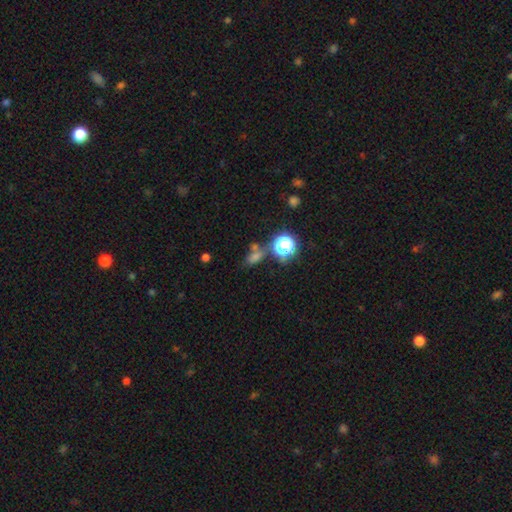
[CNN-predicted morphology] Smooth or featured? Predicted: smooth (p=0.62). How rounded? Predicted: in between (p=0.63). Merging? Predicted: none (p=0.51).